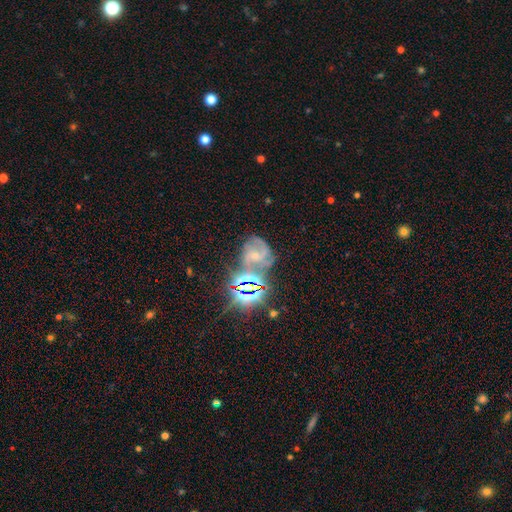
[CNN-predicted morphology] Smooth or featured? Predicted: featured or disk (p=0.62). Edge-on disk? Predicted: no (p=0.97). Bar? Predicted: no (p=0.54). Spiral arms? Predicted: yes (p=0.92). Spiral winding? Predicted: medium (p=0.52). Spiral arm count? Predicted: 2 (p=0.46). Bulge size? Predicted: small (p=0.61). Merging? Predicted: none (p=0.49).